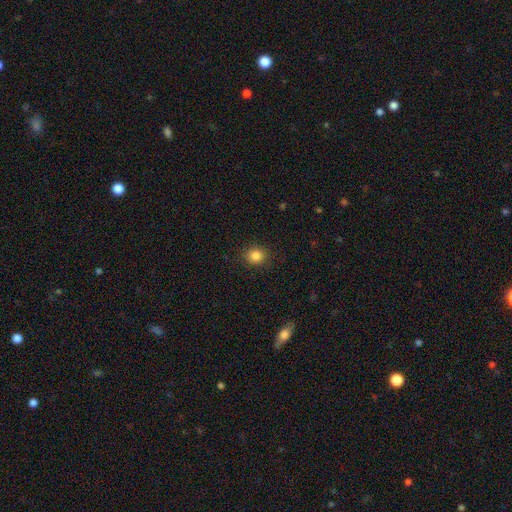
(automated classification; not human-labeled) The model was most divided on "how rounded": round: 82%, in between: 17%, cigar-shaped: 1%. More confident: merging — none (89%); smooth or featured — smooth (84%).